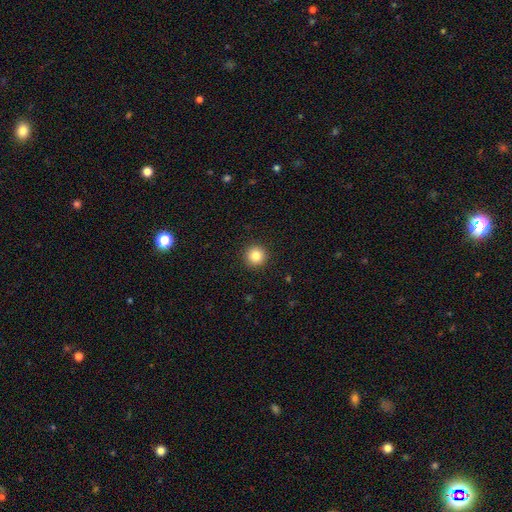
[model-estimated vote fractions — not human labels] Q: Smooth or featured?
A: smooth (84%); runner-up: star or artifact (11%)
Q: How rounded?
A: round (96%); runner-up: in between (3%)
Q: Merging?
A: none (93%); runner-up: minor disturbance (4%)